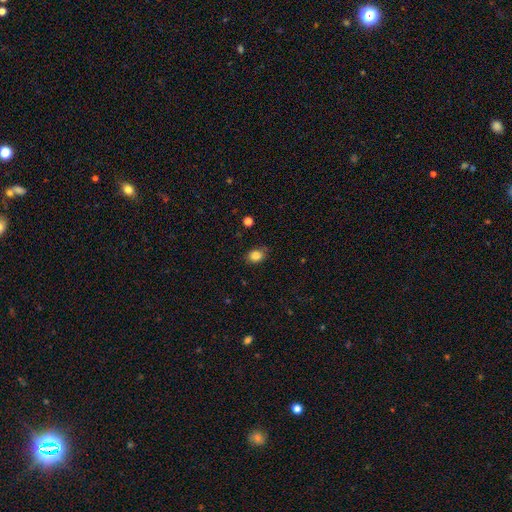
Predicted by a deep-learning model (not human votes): Overall: smooth (84%). How rounded: in between (54%; round 45%). Merging: none (78%).